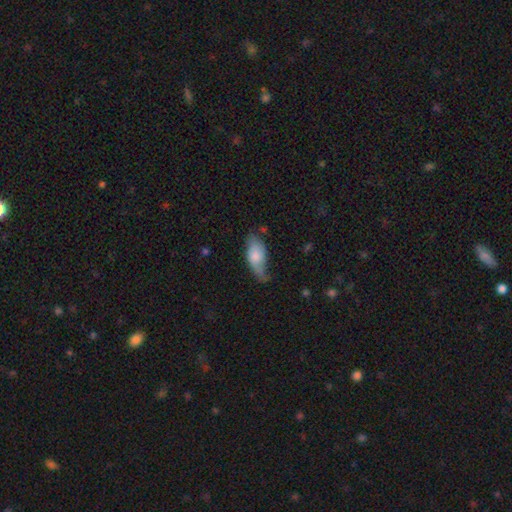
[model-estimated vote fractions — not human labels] A smooth galaxy with no disk features (67%) that is in between round and cigar-shaped (87%). Merging: minor disturbance (41%).